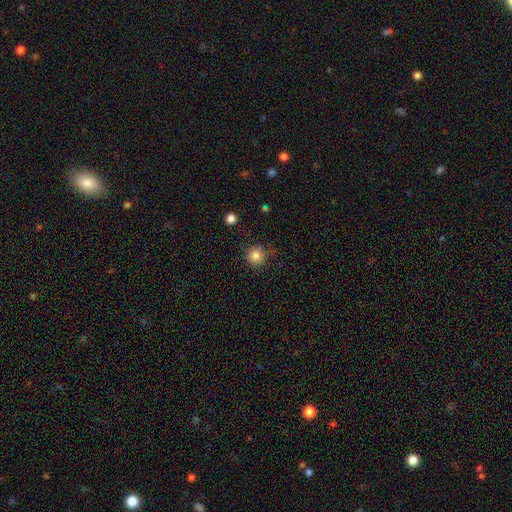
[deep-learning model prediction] Q: Smooth or featured?
A: smooth (84%); runner-up: star or artifact (11%)
Q: How rounded?
A: round (93%); runner-up: in between (6%)
Q: Merging?
A: none (83%); runner-up: minor disturbance (12%)